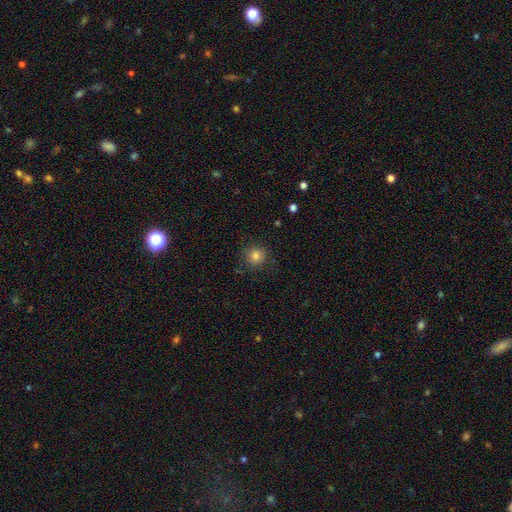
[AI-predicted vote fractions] Smooth or featured? Predicted: smooth (p=0.83). How rounded? Predicted: round (p=0.93). Merging? Predicted: none (p=0.88).